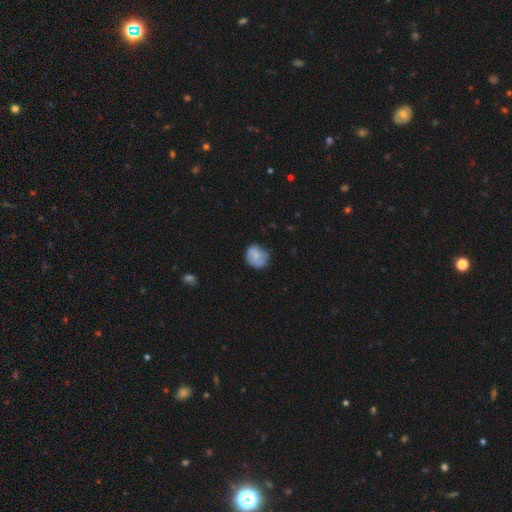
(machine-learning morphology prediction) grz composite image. It shows a smooth galaxy with no disk features (73%) that is round (68%). Merging: none (60%).